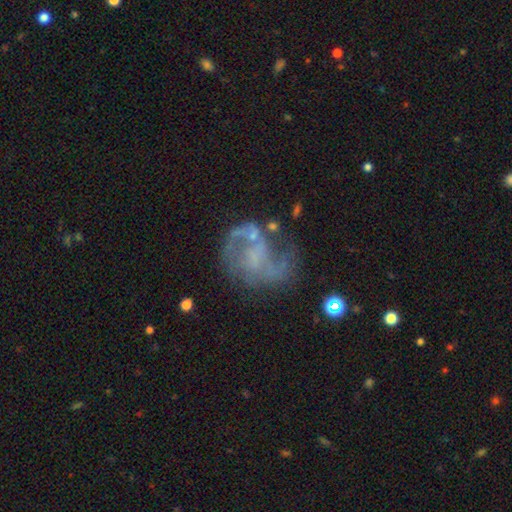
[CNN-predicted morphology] This is likely a featured or disk galaxy (78%). It is clearly not viewed edge-on (98%). Bar: possibly no (53%). Spiral arm pattern: clearly yes (83%). Spiral arm count: likely 2 (74%). Spiral winding: marginally medium (45%). Central bulge: possibly none (60%). Merging: possibly none (53%).